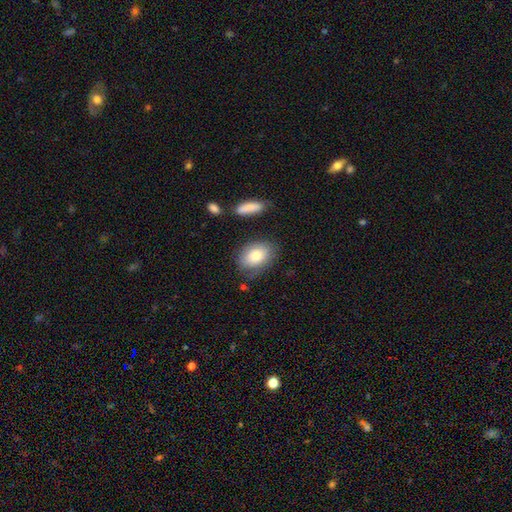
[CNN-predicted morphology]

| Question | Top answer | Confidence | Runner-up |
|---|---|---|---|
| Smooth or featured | smooth | 79% | featured or disk (14%) |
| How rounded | in between | 84% | round (15%) |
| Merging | none | 71% | minor disturbance (19%) |